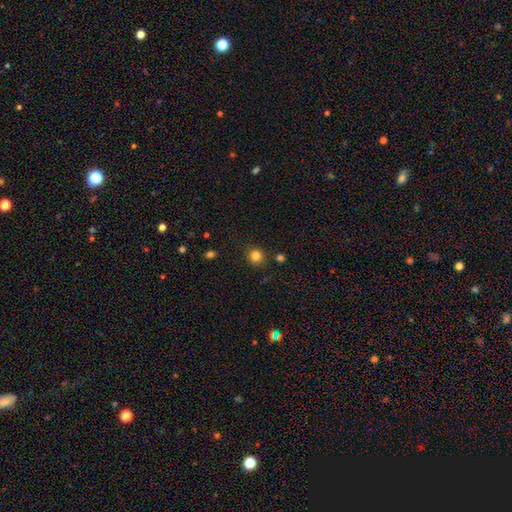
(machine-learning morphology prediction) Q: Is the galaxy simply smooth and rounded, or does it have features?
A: smooth — 83%.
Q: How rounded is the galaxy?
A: round — 88%.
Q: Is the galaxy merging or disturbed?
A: none — 86%.